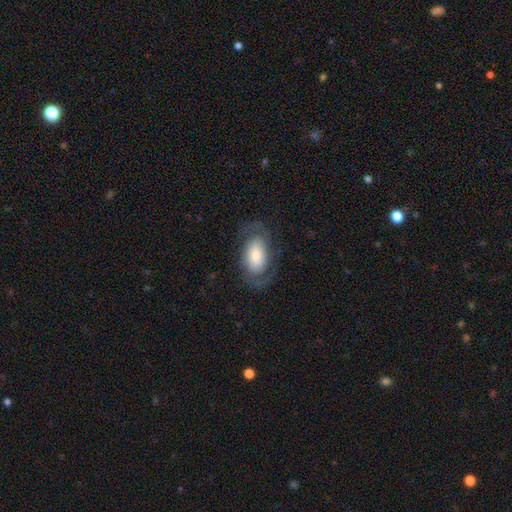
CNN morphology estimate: Smooth or featured?
  - featured or disk: 48% *
  - smooth: 45%
  - star or artifact: 7%
Merging?
  - none: 65% *
  - minor disturbance: 19%
  - major disturbance: 15%
  - merger: 1%